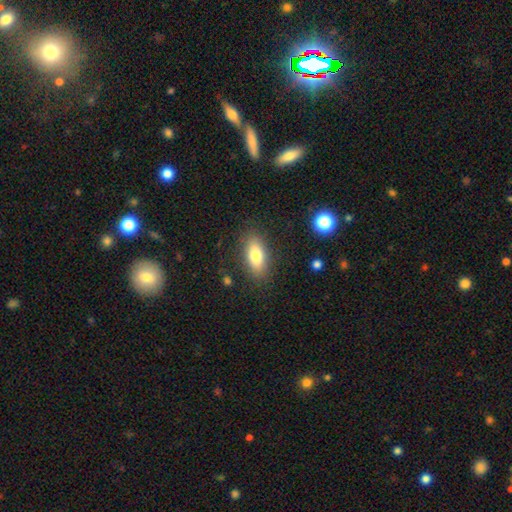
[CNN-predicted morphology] type=smooth (79%); roundness=in between (80%); merging=none (85%).